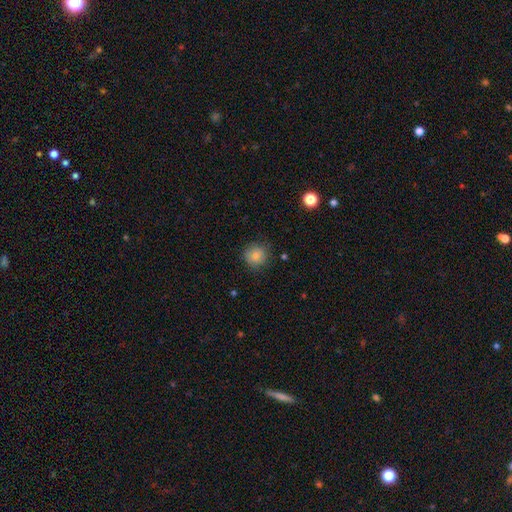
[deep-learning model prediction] Morphology: type=smooth (81%); roundness=round (91%); merging=none (82%).